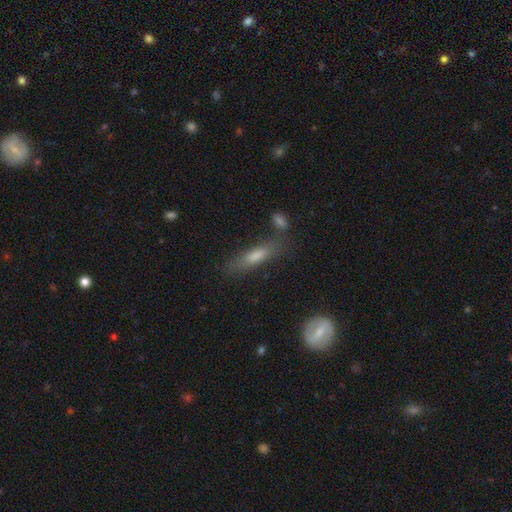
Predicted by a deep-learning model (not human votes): The model was most divided on "smooth or featured": smooth: 56%, featured or disk: 33%, star or artifact: 10%. More confident: how rounded — cigar-shaped (74%); merging — none (72%).